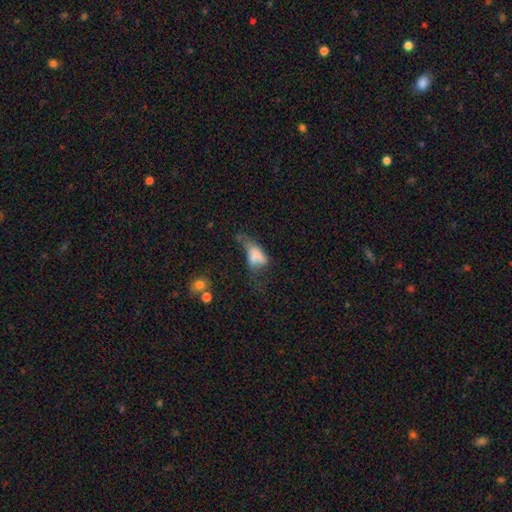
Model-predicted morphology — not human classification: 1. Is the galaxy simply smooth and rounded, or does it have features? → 62% smooth, 26% featured or disk, 12% star or artifact.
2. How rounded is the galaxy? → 83% in between, 10% cigar-shaped, 7% round.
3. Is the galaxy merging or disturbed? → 47% major disturbance, 21% minor disturbance, 17% none, 15% merger.